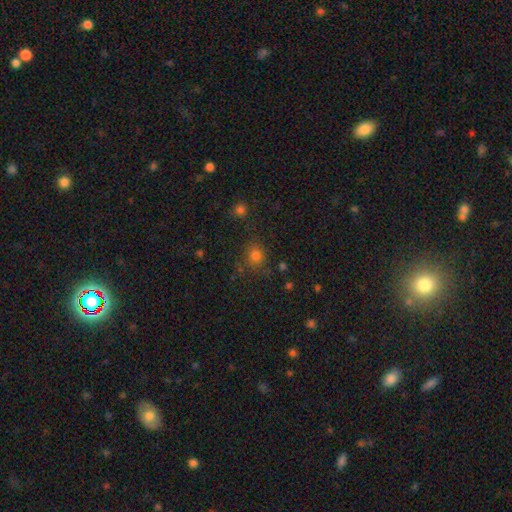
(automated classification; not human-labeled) Overall: smooth (75%). How rounded: round (79%). Merging: none (77%).